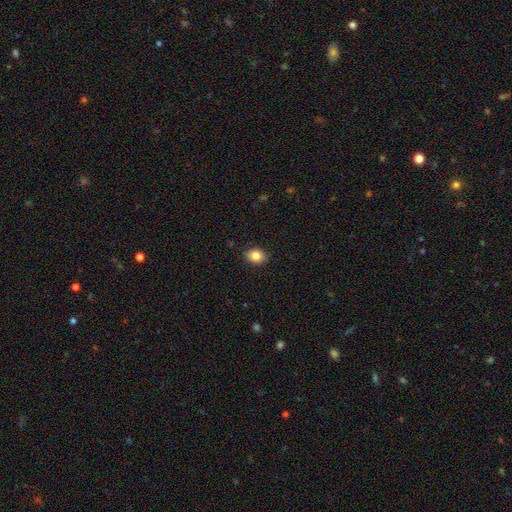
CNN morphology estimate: Overall: smooth (84%). How rounded: in between (60%; round 39%). Merging: none (89%).